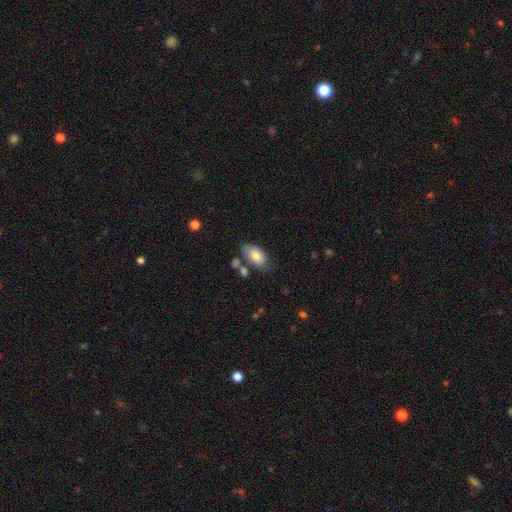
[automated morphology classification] A smooth galaxy with no disk features (80%) that is in between round and cigar-shaped (94%). Merging: none (58%).